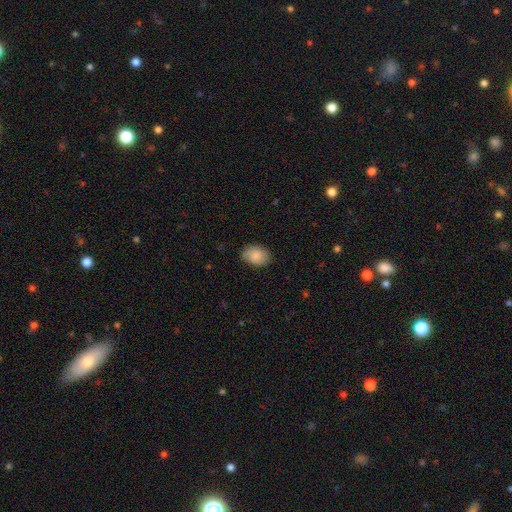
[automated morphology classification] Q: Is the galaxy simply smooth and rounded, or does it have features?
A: smooth — 84%.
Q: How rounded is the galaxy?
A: in between — 75%.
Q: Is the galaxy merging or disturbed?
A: none — 79%.